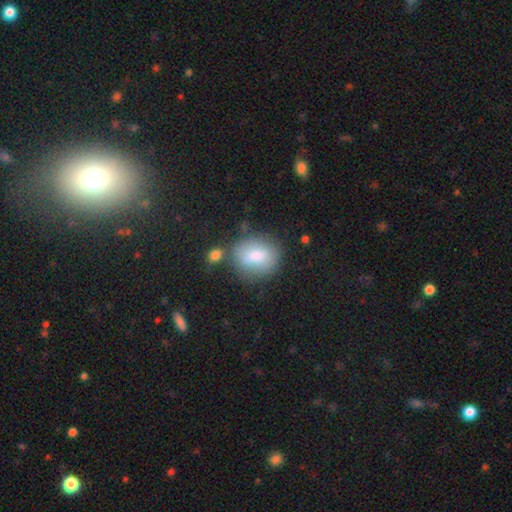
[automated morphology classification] A smooth galaxy with no disk features (74%) that is round (54%).

Vote fractions:
- Smooth or featured? smooth: 74% / featured or disk: 18% / star or artifact: 8%
- How rounded? round: 54% / in between: 45% / cigar-shaped: 2%
- Merging? none: 60% / minor disturbance: 19% / merger: 13% / major disturbance: 8%